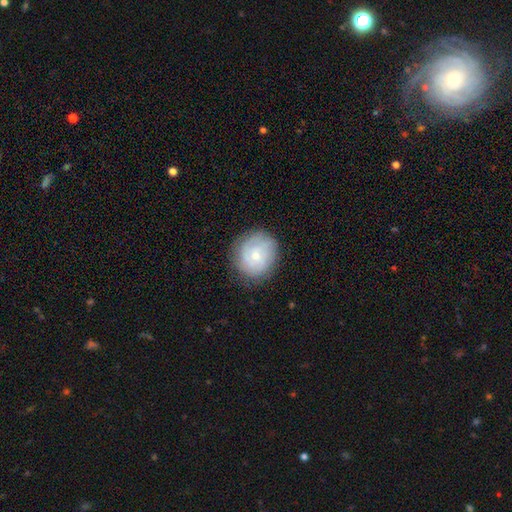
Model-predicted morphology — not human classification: The model was most divided on "smooth or featured": smooth: 56%, featured or disk: 36%, star or artifact: 8%. More confident: how rounded — round (86%); merging — none (81%).